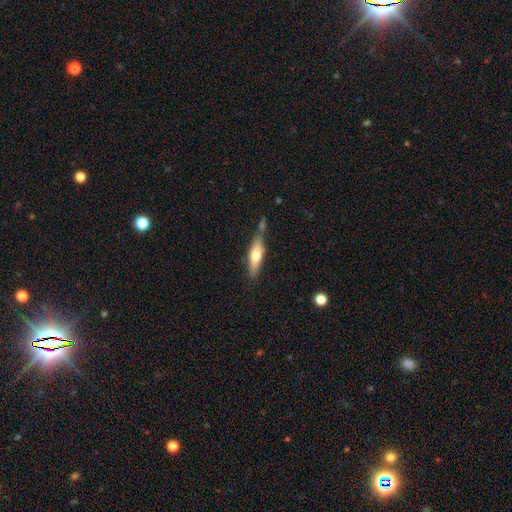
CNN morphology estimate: type=smooth (59%); roundness=cigar-shaped (58%); merging=none (59%).